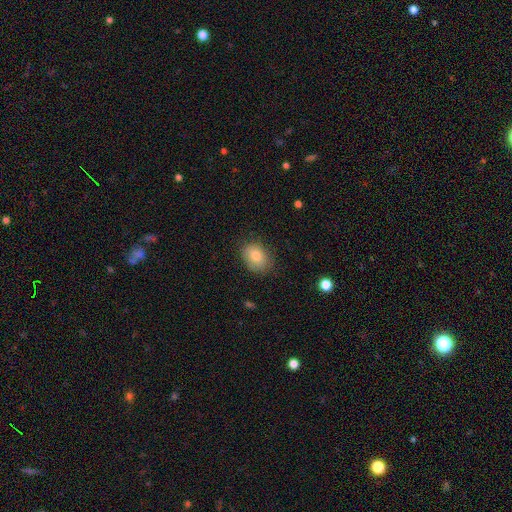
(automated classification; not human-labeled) Smooth or featured? smooth (79%)
How rounded? in between (65%)
Merging? none (78%)